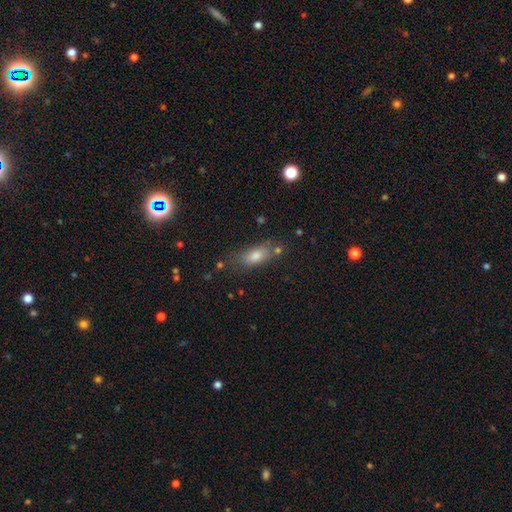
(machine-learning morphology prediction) Overall: smooth (74%). How rounded: in between (75%). Merging: none (70%).